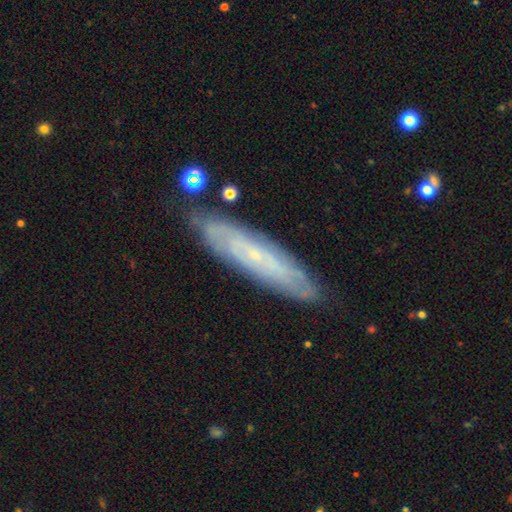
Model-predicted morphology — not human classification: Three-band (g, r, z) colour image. It shows a featured or disk galaxy (69%). Merging: none (83%).